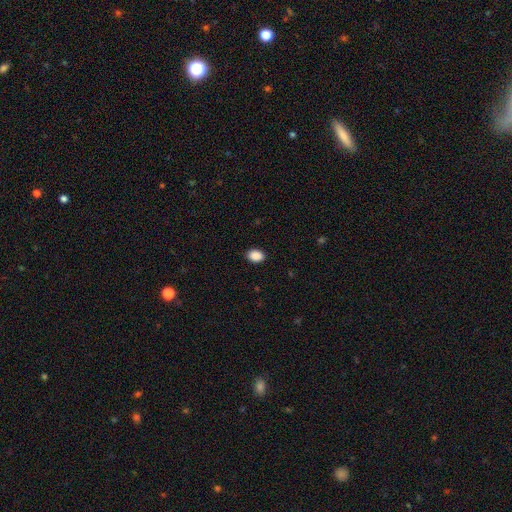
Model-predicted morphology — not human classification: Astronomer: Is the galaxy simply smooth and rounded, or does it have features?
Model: smooth — 90%.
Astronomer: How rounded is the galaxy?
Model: in between — 70%.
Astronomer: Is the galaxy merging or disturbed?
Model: none — 89%.